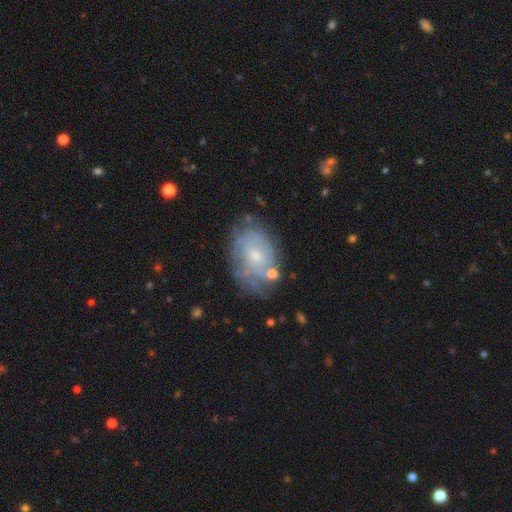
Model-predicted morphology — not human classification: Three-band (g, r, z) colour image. It shows a featured or disk galaxy (65%) with no bar (77%), spiral arms (69%) and a small central bulge (60%). Merging: none (64%).